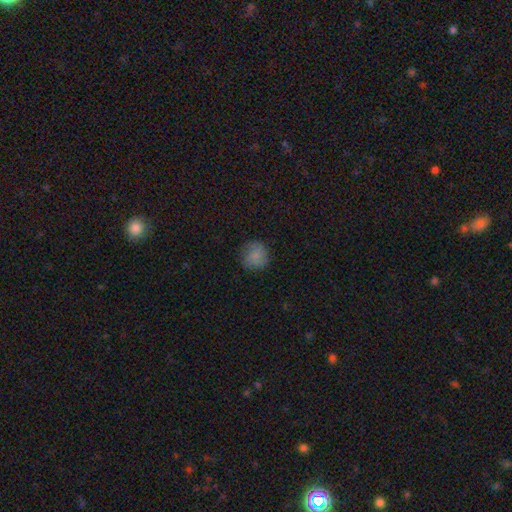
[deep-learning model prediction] The model was most divided on "merging": none: 72%, minor disturbance: 20%, major disturbance: 7%, merger: 1%. More confident: how rounded — round (88%); smooth or featured — smooth (79%).